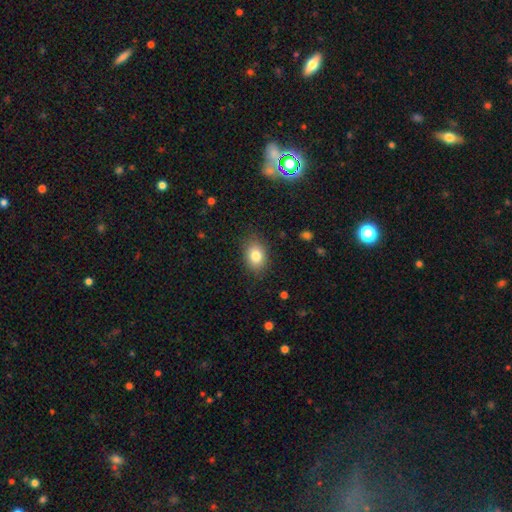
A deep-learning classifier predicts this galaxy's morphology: type=smooth (82%); roundness=in between (75%); merging=none (85%).